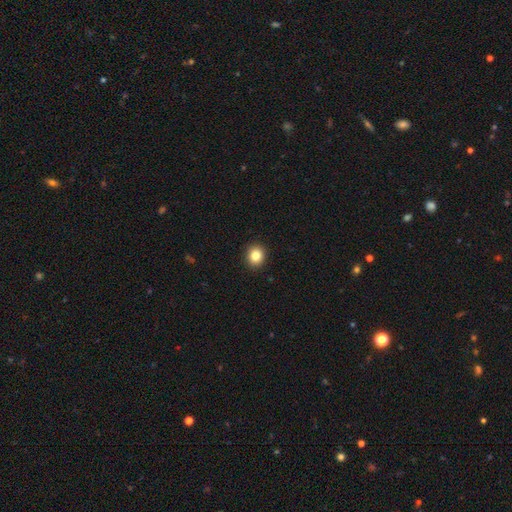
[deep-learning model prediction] A smooth galaxy with no disk features (84%) that is round (80%). Merging: none (92%).